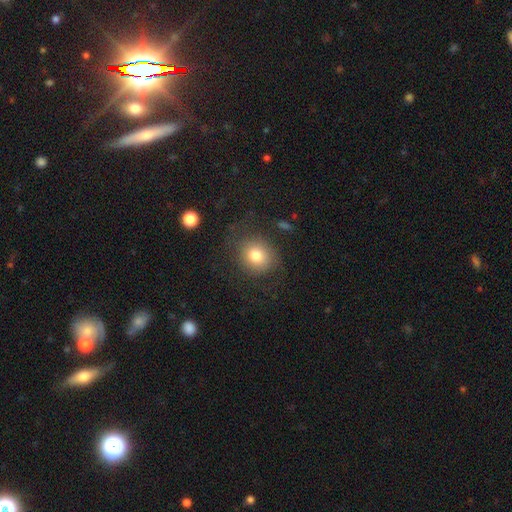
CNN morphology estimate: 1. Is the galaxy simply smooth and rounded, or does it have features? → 77% smooth, 12% featured or disk, 11% star or artifact.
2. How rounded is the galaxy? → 77% round, 22% in between, 1% cigar-shaped.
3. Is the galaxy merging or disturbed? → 75% none, 14% minor disturbance, 9% major disturbance, 2% merger.